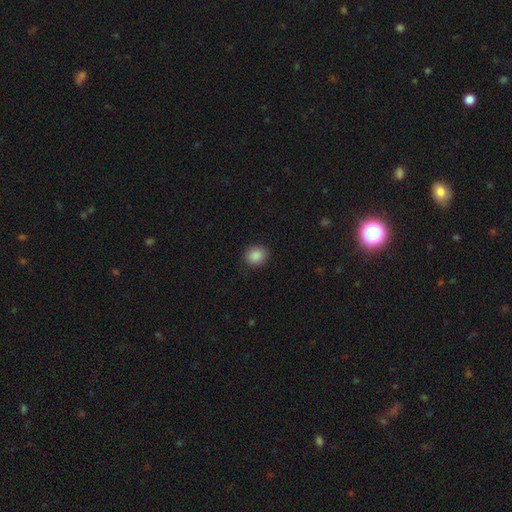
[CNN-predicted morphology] This is clearly a smooth galaxy (88%). How rounded: likely round (71%). Merging: clearly none (89%).